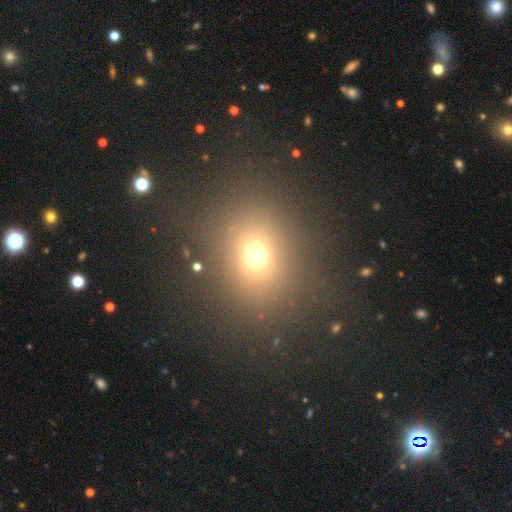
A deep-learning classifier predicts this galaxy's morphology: This appears to be a smooth galaxy with no disk features (68%) that is round (73%). Merging: none (82%).